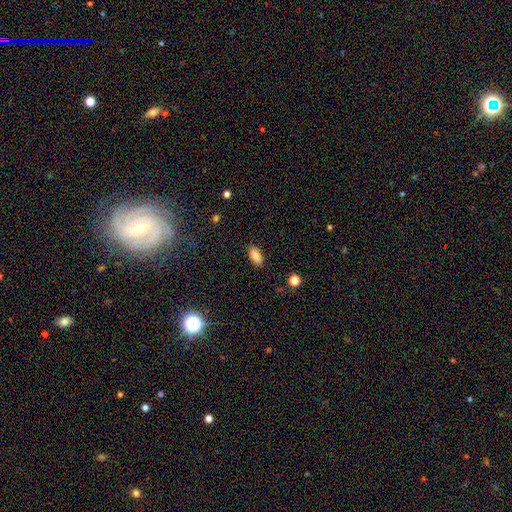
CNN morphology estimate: This appears to be a smooth galaxy with no disk features (87%) that is in between round and cigar-shaped (91%). Merging: none (86%).